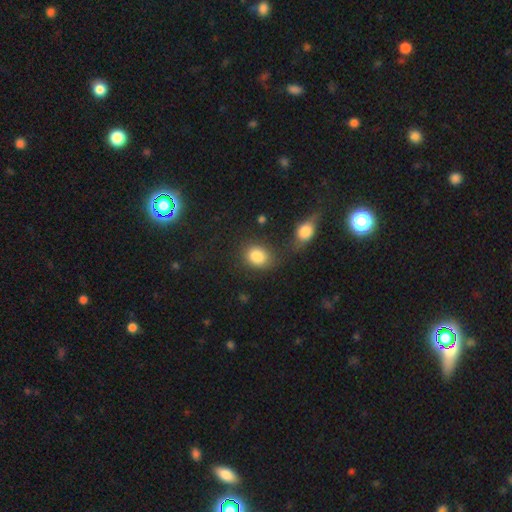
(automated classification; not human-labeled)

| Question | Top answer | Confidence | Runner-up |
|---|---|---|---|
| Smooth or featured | smooth | 85% | star or artifact (8%) |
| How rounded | in between | 50% | round (48%) |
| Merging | none | 63% | merger (16%) |